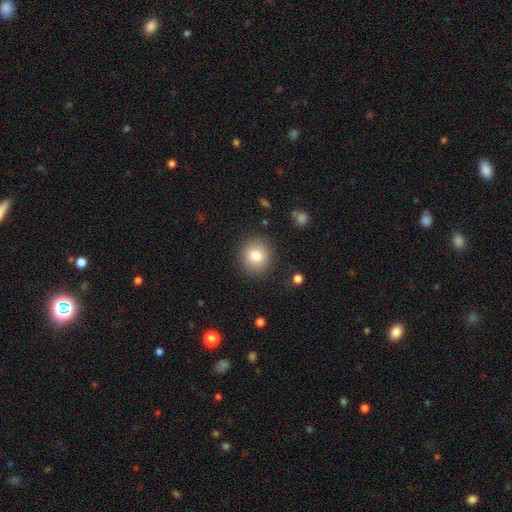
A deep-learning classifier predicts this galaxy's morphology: type=smooth (82%); roundness=round (87%); merging=none (88%).